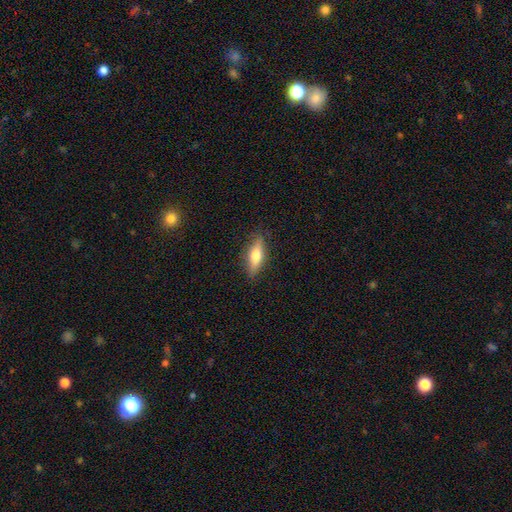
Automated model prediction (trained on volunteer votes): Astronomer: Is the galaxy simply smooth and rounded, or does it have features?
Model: smooth — 55% (runner-up: featured or disk, 38%).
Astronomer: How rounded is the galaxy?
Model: cigar-shaped — 50% (runner-up: in between, 47%).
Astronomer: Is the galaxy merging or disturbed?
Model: none — 85%.